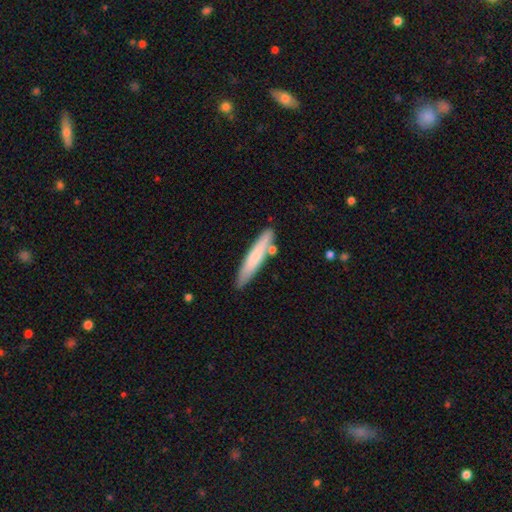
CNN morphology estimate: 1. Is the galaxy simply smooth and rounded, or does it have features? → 71% smooth, 24% featured or disk, 6% star or artifact.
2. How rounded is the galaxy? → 92% cigar-shaped, 7% in between, 1% round.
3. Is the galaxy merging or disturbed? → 81% none, 12% minor disturbance, 5% merger, 2% major disturbance.